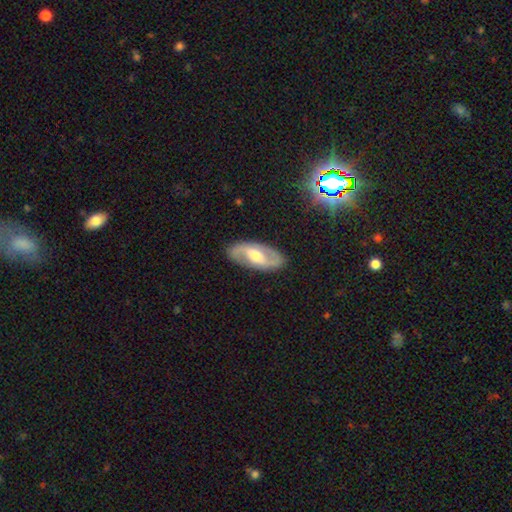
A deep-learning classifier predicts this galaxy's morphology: type=featured or disk (80%); edge-on=no (94%); bar=weak (45%); spiral arms=yes (90%); winding=medium (49%); arm count=2 (90%); bulge=moderate (68%); merging=none (86%).